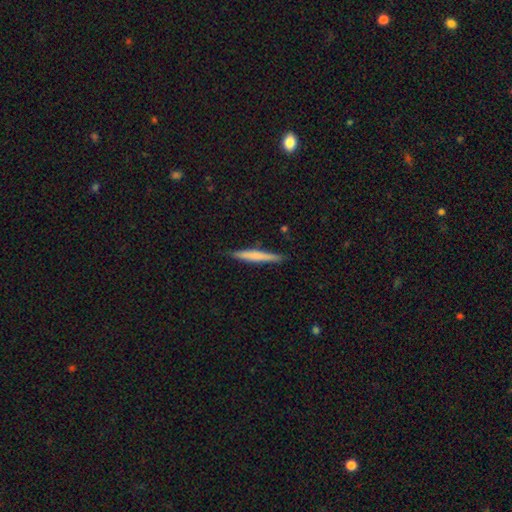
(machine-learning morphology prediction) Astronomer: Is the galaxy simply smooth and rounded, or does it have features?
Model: smooth — 63%.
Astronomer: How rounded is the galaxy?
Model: cigar-shaped — 96%.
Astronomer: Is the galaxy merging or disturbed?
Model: none — 88%.